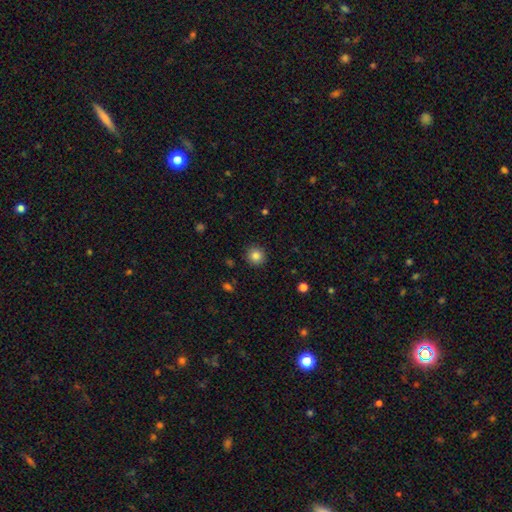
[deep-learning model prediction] Smooth or featured?
  - smooth: 83% *
  - star or artifact: 11%
  - featured or disk: 6%
How rounded?
  - round: 94% *
  - in between: 5%
  - cigar-shaped: 1%
Merging?
  - none: 92% *
  - minor disturbance: 5%
  - major disturbance: 2%
  - merger: 1%